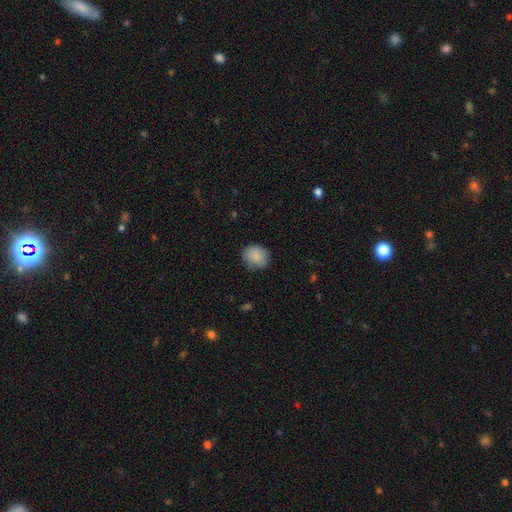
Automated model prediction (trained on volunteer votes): The model was most divided on "how rounded": round: 62%, in between: 37%, cigar-shaped: 1%. More confident: smooth or featured — smooth (87%); merging — none (74%).